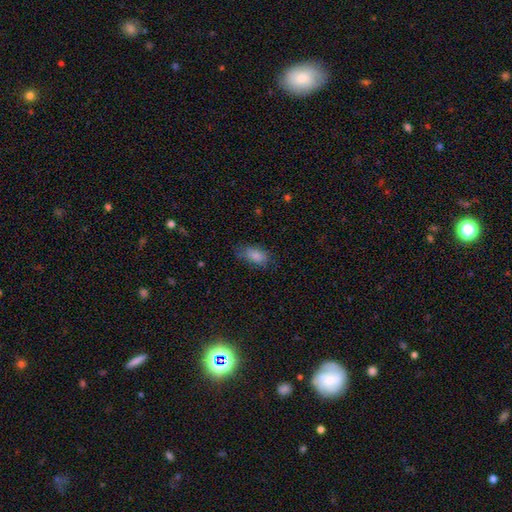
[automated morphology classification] Smooth or featured? smooth (85%)
How rounded? in between (90%)
Merging? none (69%)